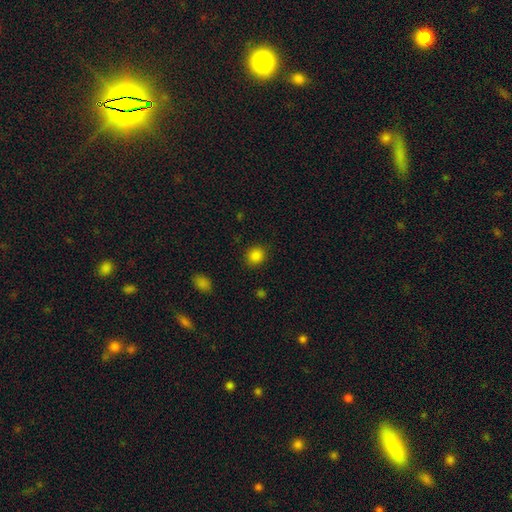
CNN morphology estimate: type=smooth (85%); roundness=round (78%); merging=none (88%).